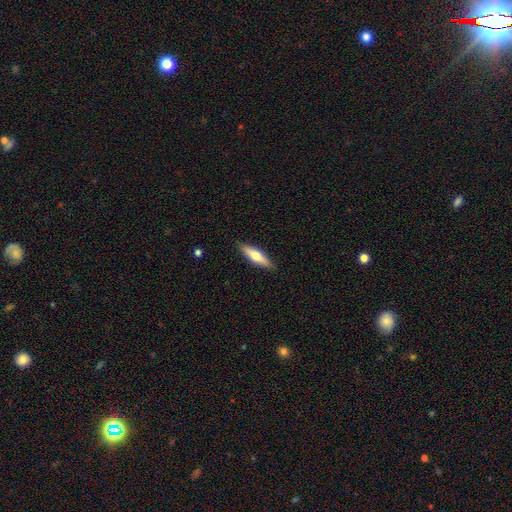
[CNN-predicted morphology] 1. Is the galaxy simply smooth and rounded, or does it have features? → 53% smooth, 41% featured or disk, 6% star or artifact.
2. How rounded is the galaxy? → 70% cigar-shaped, 28% in between, 2% round.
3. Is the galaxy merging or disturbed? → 89% none, 8% minor disturbance, 2% major disturbance, 1% merger.